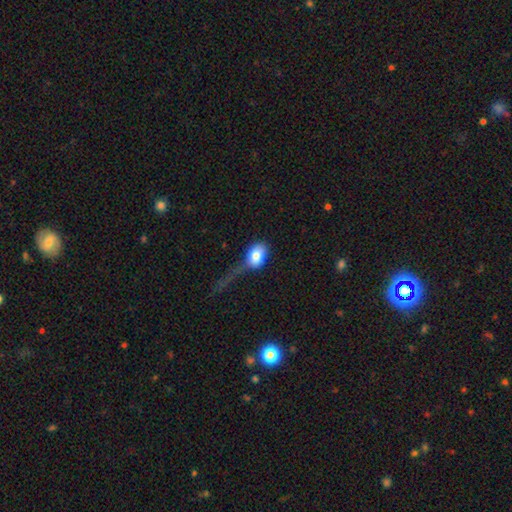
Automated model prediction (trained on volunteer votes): smooth_or_featured: smooth (p=0.81) [alt: featured or disk p=0.12]
how_rounded: in between (p=0.82) [alt: round p=0.16]
merging: major disturbance (p=0.45) [alt: none p=0.24]